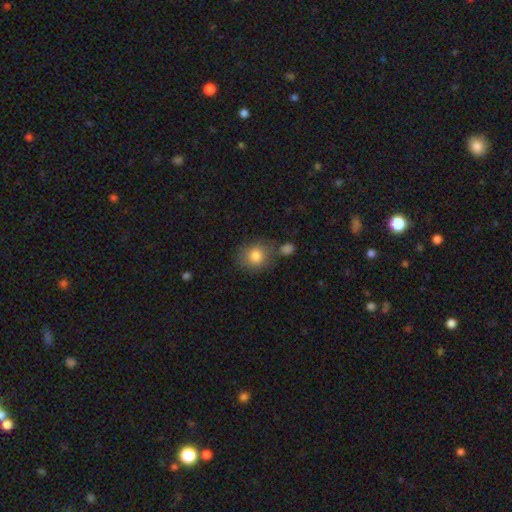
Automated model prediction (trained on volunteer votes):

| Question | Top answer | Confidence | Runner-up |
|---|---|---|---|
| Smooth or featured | smooth | 82% | featured or disk (9%) |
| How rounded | round | 73% | in between (26%) |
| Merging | none | 68% | minor disturbance (16%) |